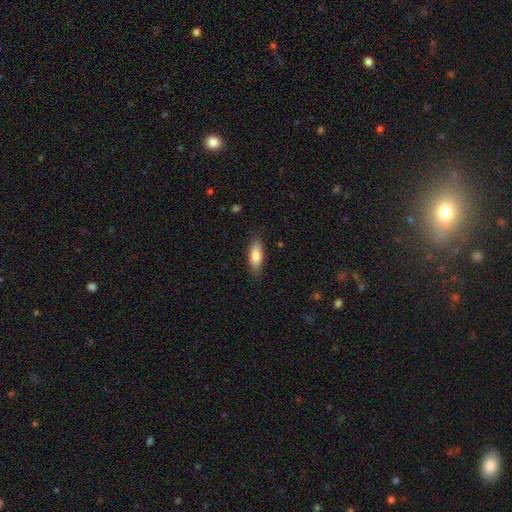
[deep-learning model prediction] Morphology: type=smooth (81%); roundness=in between (65%); merging=none (83%).